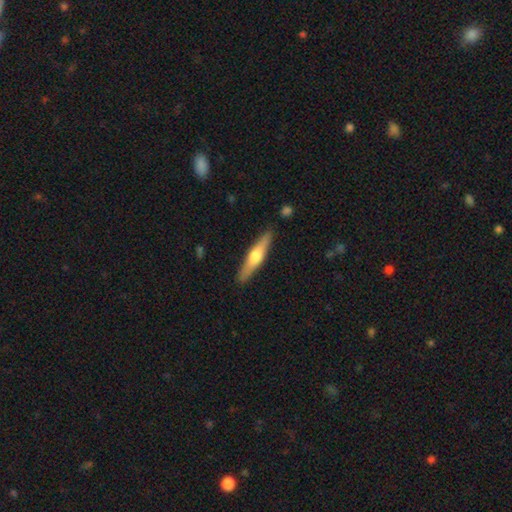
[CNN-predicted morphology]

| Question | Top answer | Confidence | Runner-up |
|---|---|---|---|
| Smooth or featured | featured or disk | 53% | smooth (42%) |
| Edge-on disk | yes | 95% | no (5%) |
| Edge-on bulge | rounded | 90% | boxy (5%) |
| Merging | none | 89% | minor disturbance (8%) |